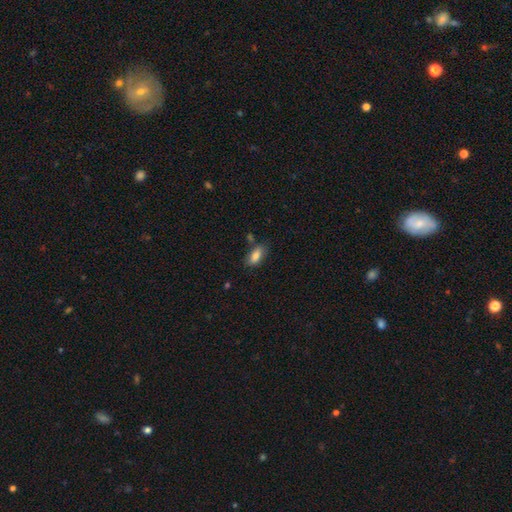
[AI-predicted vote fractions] Smooth or featured?
  - smooth: 82% *
  - featured or disk: 10%
  - star or artifact: 8%
How rounded?
  - in between: 85% *
  - cigar-shaped: 12%
  - round: 3%
Merging?
  - none: 71% *
  - minor disturbance: 18%
  - merger: 7%
  - major disturbance: 4%